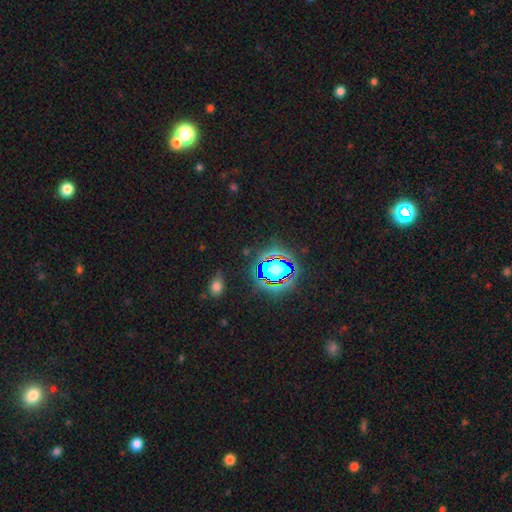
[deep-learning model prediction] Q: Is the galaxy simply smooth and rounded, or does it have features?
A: star or artifact — 77%.